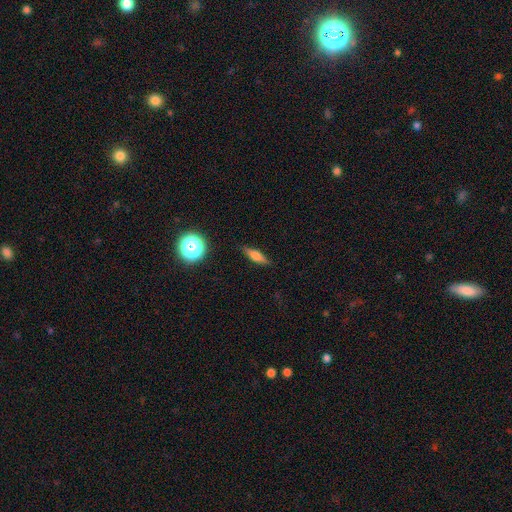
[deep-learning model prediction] Q: Smooth or featured?
A: smooth (53%); runner-up: featured or disk (36%)
Q: How rounded?
A: cigar-shaped (56%); runner-up: in between (38%)
Q: Merging?
A: none (84%); runner-up: minor disturbance (12%)